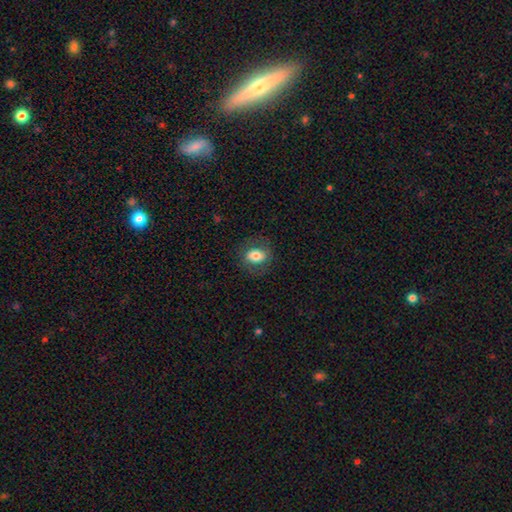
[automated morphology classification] smooth_or_featured: smooth (p=0.72) [alt: featured or disk p=0.19]
how_rounded: in between (p=0.60) [alt: round p=0.38]
merging: none (p=0.80) [alt: minor disturbance p=0.13]